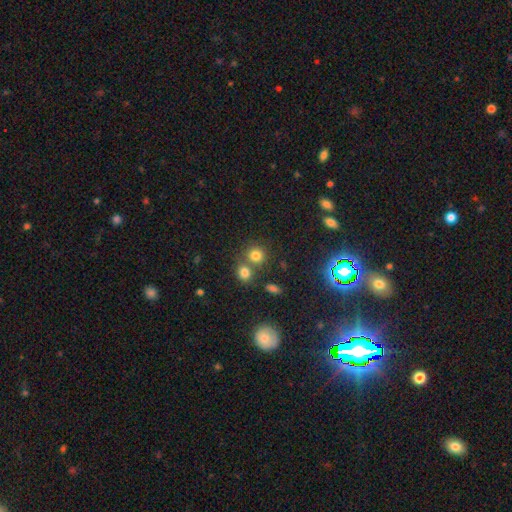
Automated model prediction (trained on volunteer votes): Smooth or featured? Predicted: smooth (p=0.77). How rounded? Predicted: round (p=0.84). Merging? Predicted: none (p=0.58).